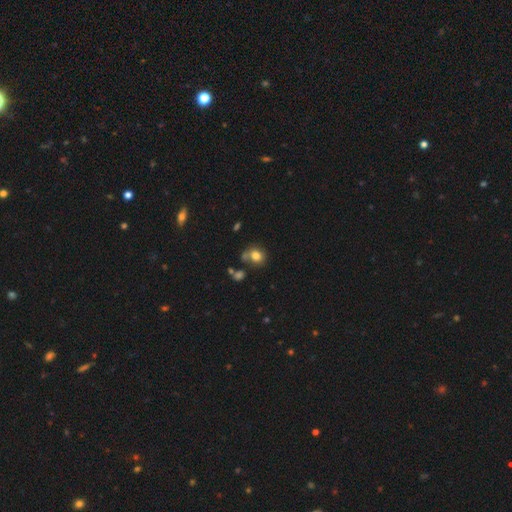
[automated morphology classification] Smooth or featured?
  - smooth: 79% *
  - star or artifact: 12%
  - featured or disk: 9%
How rounded?
  - round: 68% *
  - in between: 31%
  - cigar-shaped: 1%
Merging?
  - none: 59% *
  - minor disturbance: 18%
  - merger: 15%
  - major disturbance: 7%